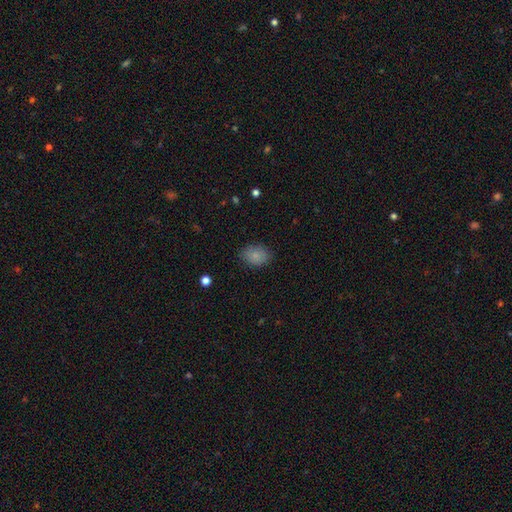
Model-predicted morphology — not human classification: Smooth or featured? Predicted: smooth (p=0.84). How rounded? Predicted: in between (p=0.70). Merging? Predicted: none (p=0.82).